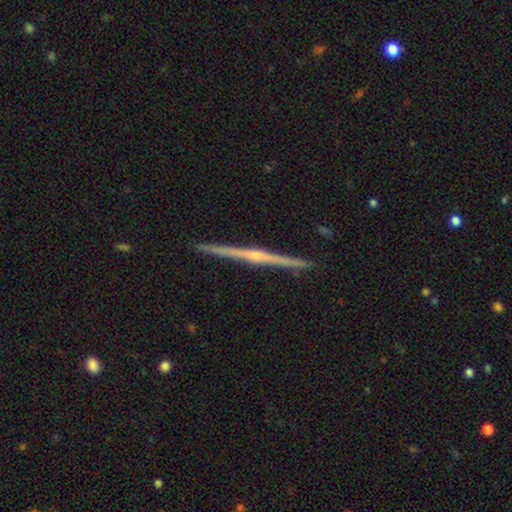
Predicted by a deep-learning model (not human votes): Morphology: type=featured or disk (85%); edge-on=yes (99%); edge-on bulge=rounded (77%); merging=none (93%).